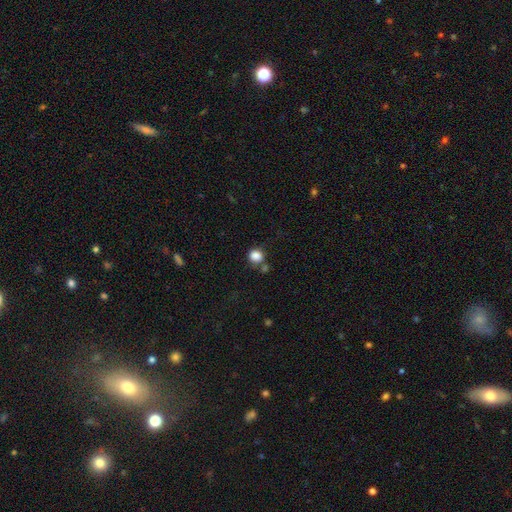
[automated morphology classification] This appears to be a smooth galaxy with no disk features (85%) that is round (80%). Merging: none (66%).